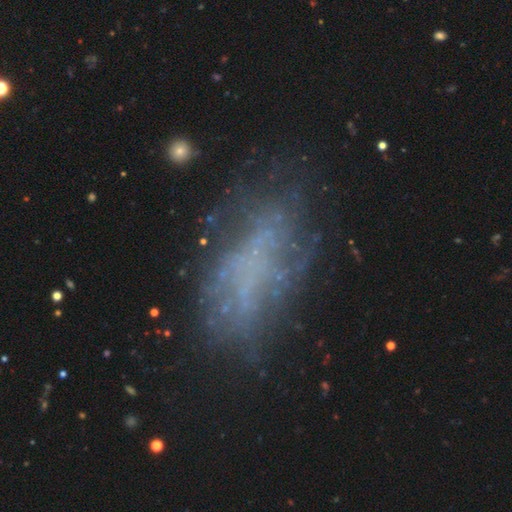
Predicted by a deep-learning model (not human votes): Smooth or featured: featured or disk — 48% (smooth — 30%)
Merging: none — 51% (major disturbance — 25%)